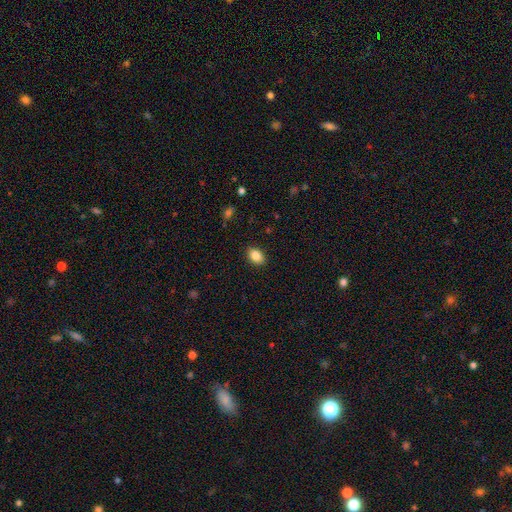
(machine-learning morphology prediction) smooth_or_featured: smooth (p=0.86) [alt: star or artifact p=0.08]
how_rounded: in between (p=0.83) [alt: round p=0.16]
merging: none (p=0.89) [alt: minor disturbance p=0.08]